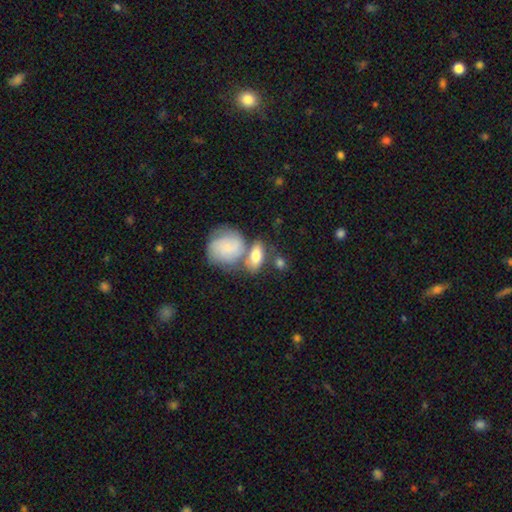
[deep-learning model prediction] This is likely a smooth galaxy (70%). How rounded: likely in between (76%). Merging: marginally none (41%).